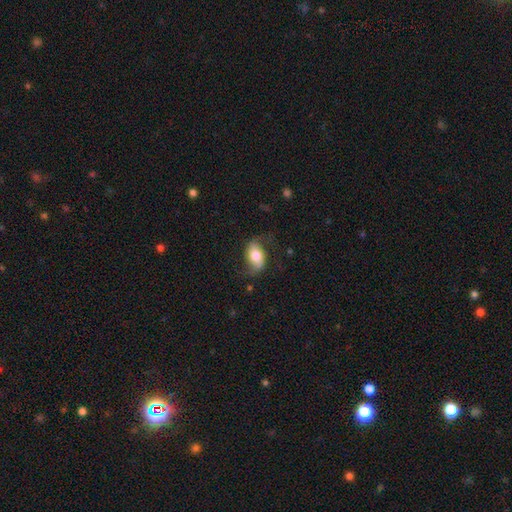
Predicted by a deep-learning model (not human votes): Smooth or featured?
  - smooth: 49% *
  - featured or disk: 43%
  - star or artifact: 7%
Merging?
  - none: 65% *
  - minor disturbance: 21%
  - major disturbance: 12%
  - merger: 1%